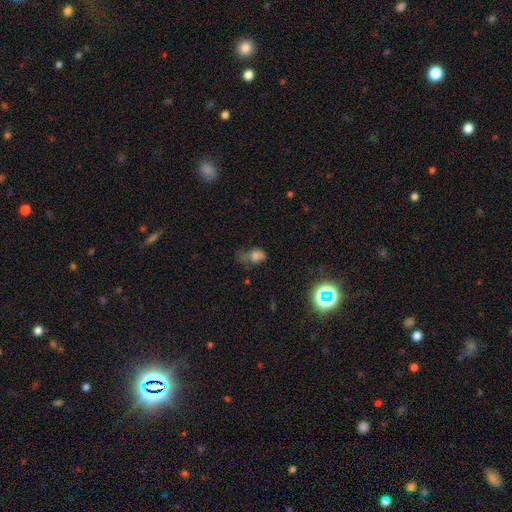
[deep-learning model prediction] smooth_or_featured: smooth (p=0.65) [alt: star or artifact p=0.19]
how_rounded: in between (p=0.74) [alt: round p=0.23]
merging: major disturbance (p=0.36) [alt: minor disturbance p=0.31]